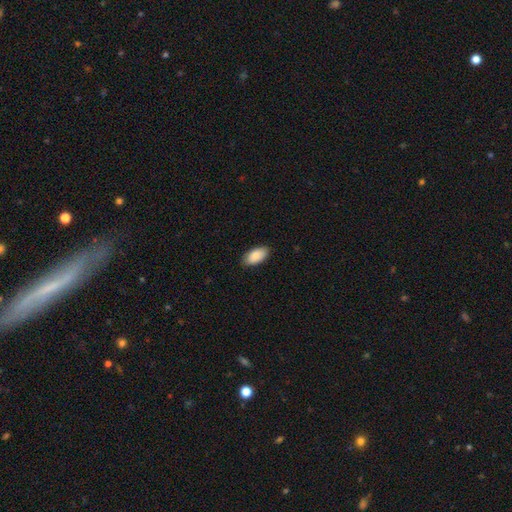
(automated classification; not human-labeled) The model was most divided on "merging": none: 87%, minor disturbance: 10%, major disturbance: 2%, merger: 1%. More confident: how rounded — in between (94%); smooth or featured — smooth (88%).